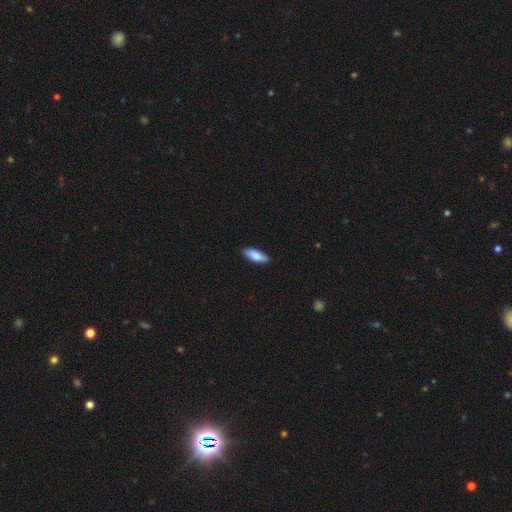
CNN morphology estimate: Smooth or featured? smooth (86%)
How rounded? in between (75%)
Merging? none (87%)